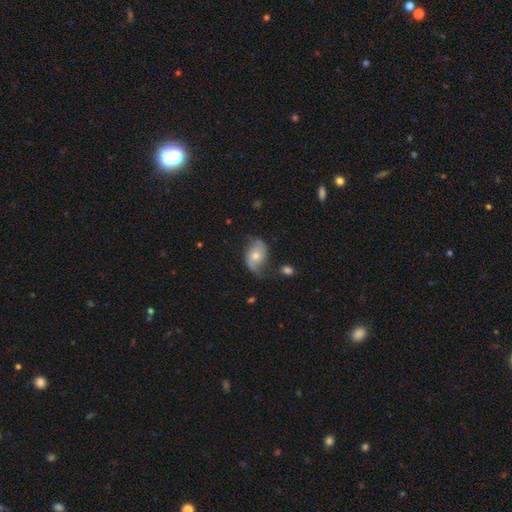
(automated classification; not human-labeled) Smooth or featured?
  - featured or disk: 59% *
  - smooth: 34%
  - star or artifact: 7%
Edge-on disk?
  - no: 95% *
  - yes: 5%
Bar?
  - no: 70% *
  - weak: 24%
  - strong: 6%
Spiral arms?
  - yes: 86% *
  - no: 14%
Bulge size?
  - moderate: 56% *
  - small: 35%
  - large: 5%
  - none: 2%
  - dominant: 1%
Merging?
  - none: 55% *
  - minor disturbance: 28%
  - major disturbance: 13%
  - merger: 4%